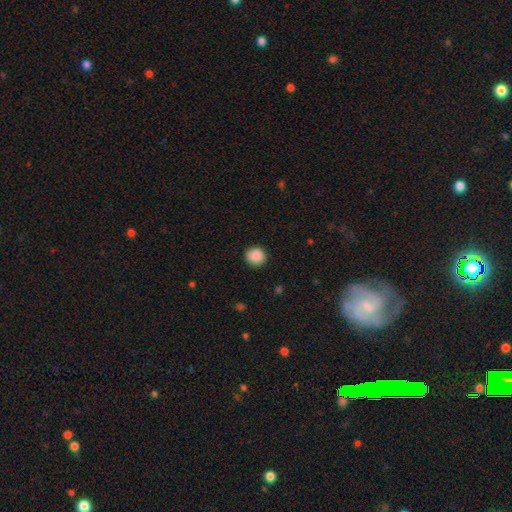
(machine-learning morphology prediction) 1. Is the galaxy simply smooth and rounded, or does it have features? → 89% smooth, 8% star or artifact, 3% featured or disk.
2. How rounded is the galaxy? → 88% round, 11% in between, 1% cigar-shaped.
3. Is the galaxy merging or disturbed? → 88% none, 9% minor disturbance, 2% major disturbance, 1% merger.